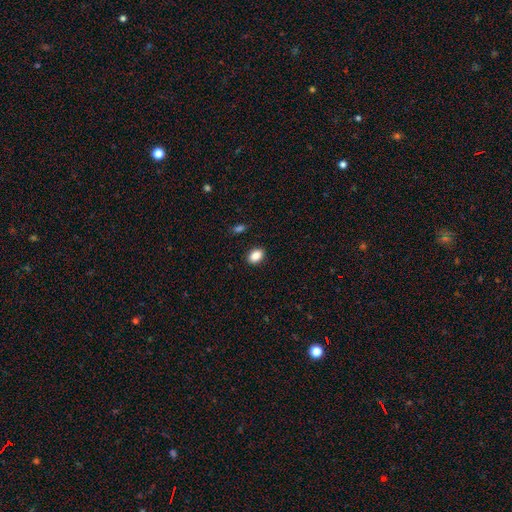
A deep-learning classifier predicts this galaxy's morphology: Smooth or featured? Predicted: smooth (p=0.87). How rounded? Predicted: in between (p=0.78). Merging? Predicted: none (p=0.89).